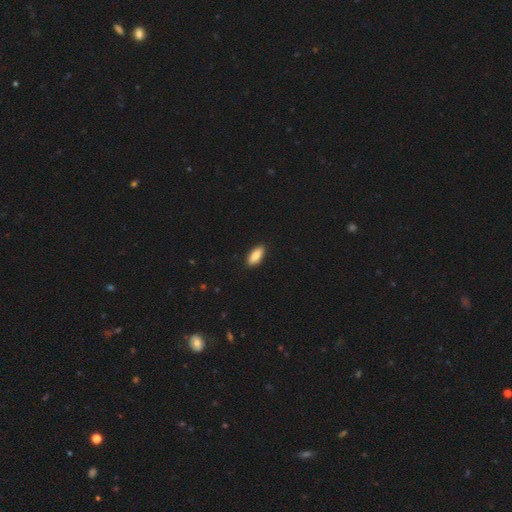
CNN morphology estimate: smooth-or-featured: smooth: 87% | featured or disk: 7% | star or artifact: 6%
  how-rounded: in between: 81% | cigar-shaped: 17% | round: 2%
  merging: none: 88% | minor disturbance: 9% | major disturbance: 2% | merger: 1%